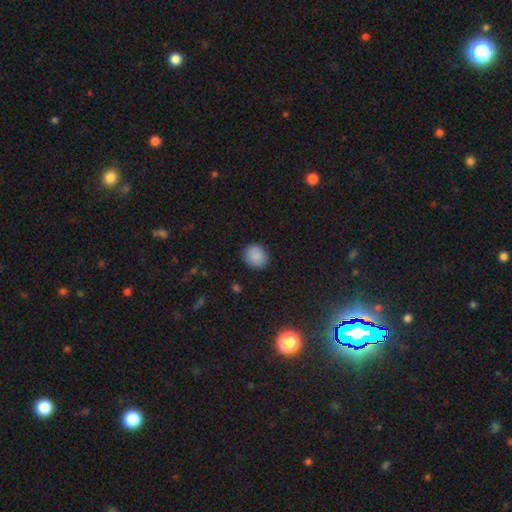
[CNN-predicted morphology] smooth-or-featured: smooth: 88% | star or artifact: 8% | featured or disk: 3%
  how-rounded: round: 76% | in between: 23% | cigar-shaped: 1%
  merging: none: 89% | minor disturbance: 8% | major disturbance: 2% | merger: 1%